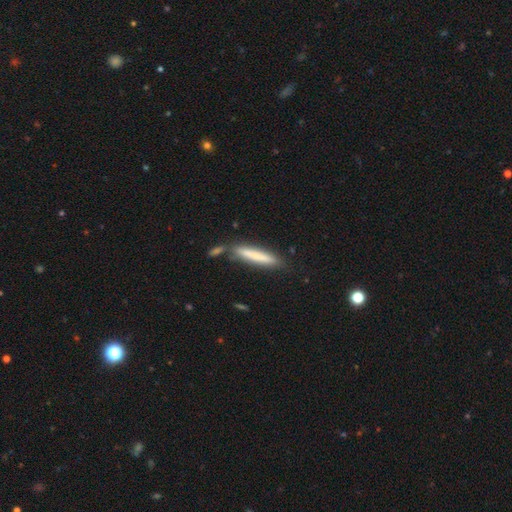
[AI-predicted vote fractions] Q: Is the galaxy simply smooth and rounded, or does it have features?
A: smooth — 71%.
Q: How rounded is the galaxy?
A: cigar-shaped — 92%.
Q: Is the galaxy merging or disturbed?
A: none — 72%.